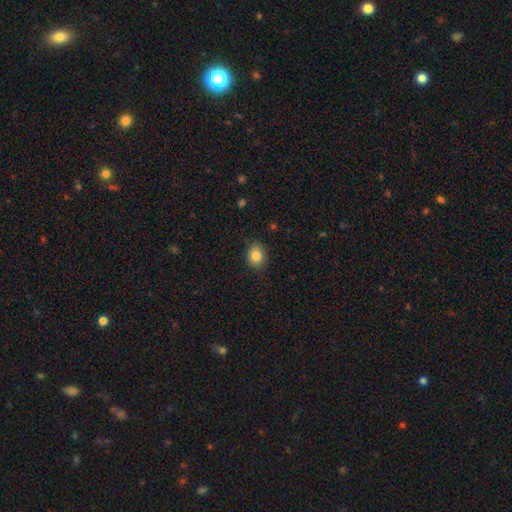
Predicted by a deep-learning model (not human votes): smooth-or-featured: smooth: 84% | star or artifact: 10% | featured or disk: 6%
  how-rounded: round: 54% | in between: 45% | cigar-shaped: 1%
  merging: none: 85% | minor disturbance: 11% | major disturbance: 3% | merger: 1%